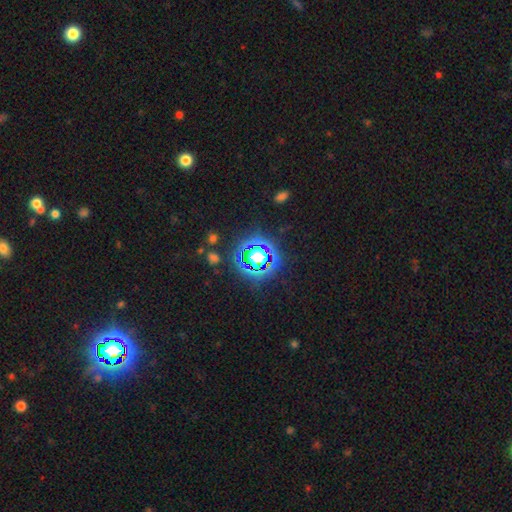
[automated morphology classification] A star or artifact, not a galaxy (70%).